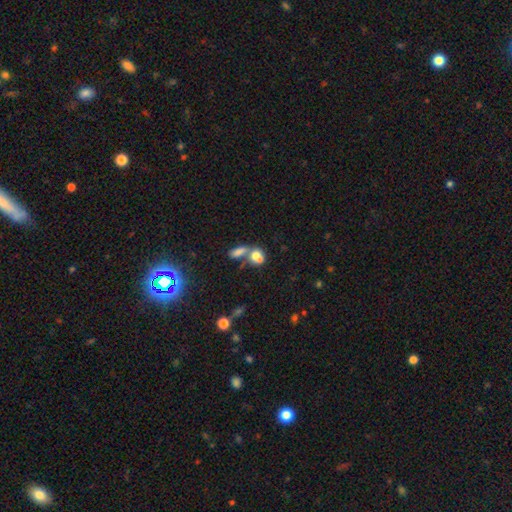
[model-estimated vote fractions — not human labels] Morphology: type=smooth (73%); roundness=in between (52%); merging=merger (60%).